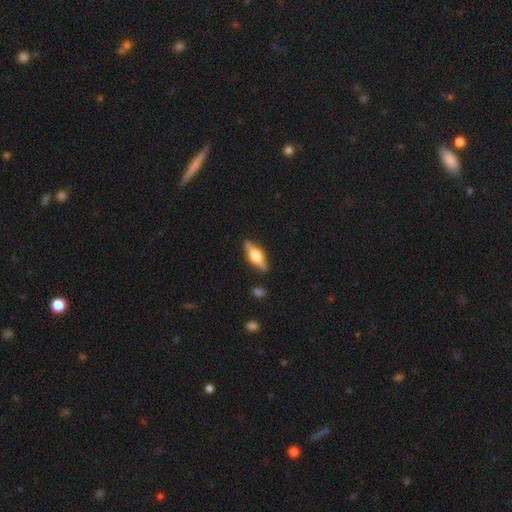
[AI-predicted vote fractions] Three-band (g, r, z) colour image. It shows a featured or disk galaxy (65%) viewed edge-on (96%) with a rounded central bulge (91%). Merging: none (87%).